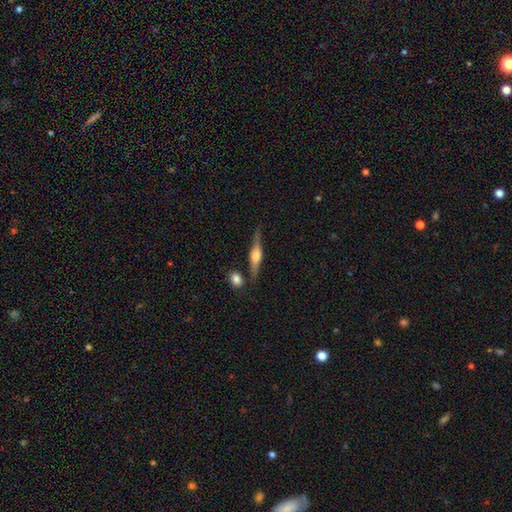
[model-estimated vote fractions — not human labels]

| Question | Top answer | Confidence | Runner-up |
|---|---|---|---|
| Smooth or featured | featured or disk | 77% | smooth (17%) |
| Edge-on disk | yes | 97% | no (3%) |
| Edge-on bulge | rounded | 87% | boxy (11%) |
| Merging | none | 79% | minor disturbance (11%) |